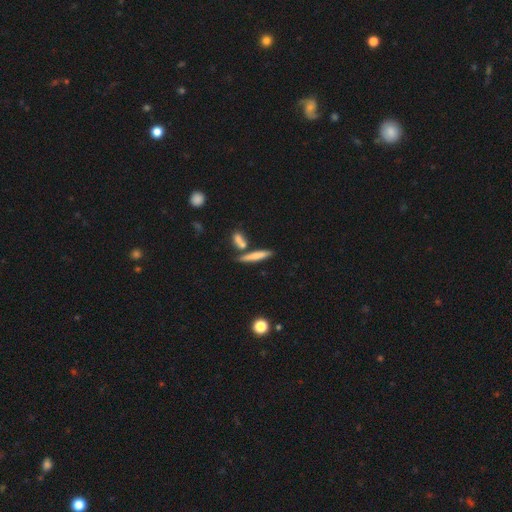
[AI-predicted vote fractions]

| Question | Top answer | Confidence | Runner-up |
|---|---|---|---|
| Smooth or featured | smooth | 66% | featured or disk (26%) |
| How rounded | cigar-shaped | 84% | in between (13%) |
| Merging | none | 64% | merger (21%) |